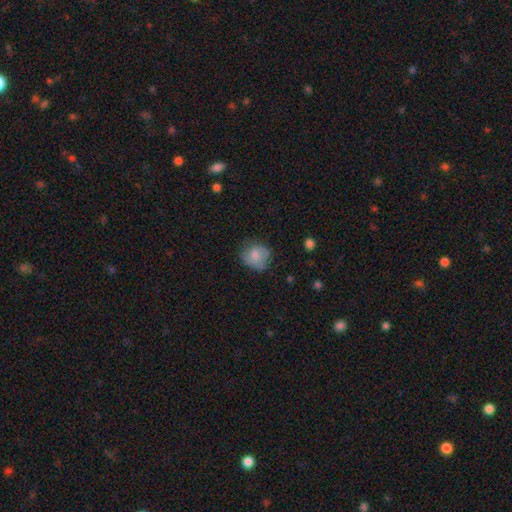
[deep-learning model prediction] smooth 72%, featured or disk 19%, star or artifact 8%. Down the decision tree: how rounded — round (75%); merging — none (58%).